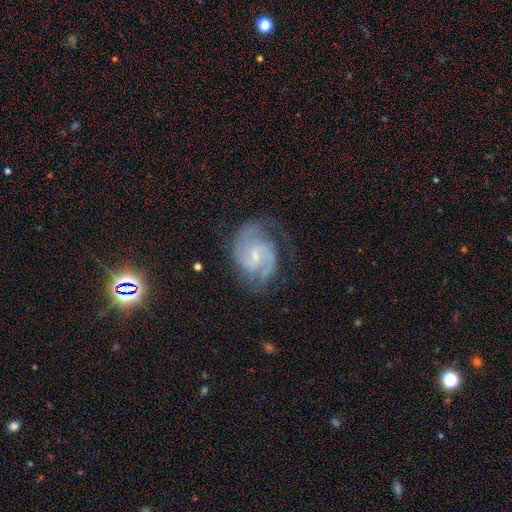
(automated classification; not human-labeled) The model was most divided on "spiral winding": medium: 51%, tight: 38%, loose: 11%. More confident: edge-on disk — no (98%); spiral arms — yes (98%); smooth or featured — featured or disk (89%); spiral arm count — 2 (74%); bulge size — small (70%); merging — none (69%); bar — weak (54%).